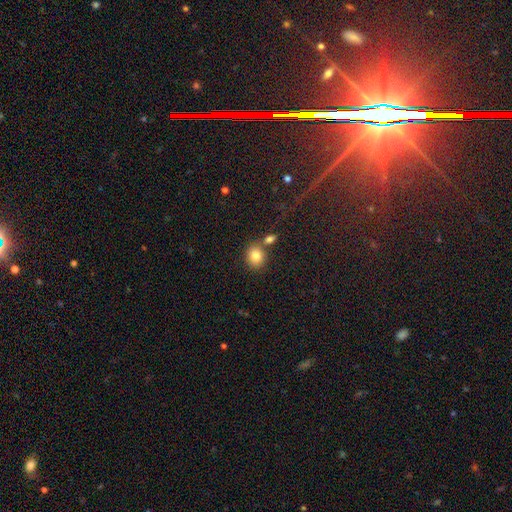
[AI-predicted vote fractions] Smooth or featured? smooth (82%)
How rounded? round (66%)
Merging? none (64%)